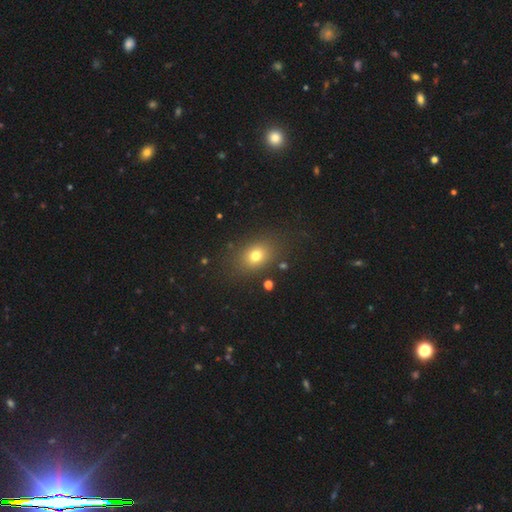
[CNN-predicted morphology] This appears to be a smooth galaxy with no disk features (74%) that is in between round and cigar-shaped (57%). Merging: none (83%).